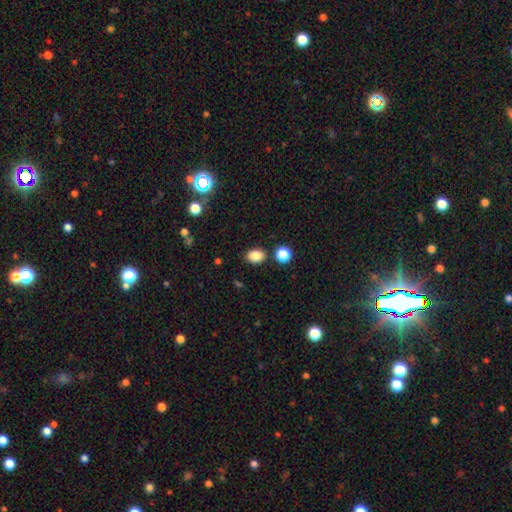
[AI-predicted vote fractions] A smooth galaxy with no disk features (86%) that is in between round and cigar-shaped (68%). Merging: none (82%).